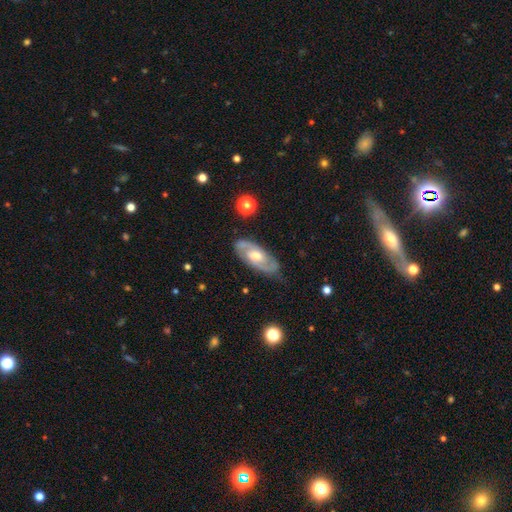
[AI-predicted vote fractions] smooth-or-featured: featured or disk: 81% | smooth: 14% | star or artifact: 5%
  disk-edge-on: no: 91% | yes: 9%
    bar: no: 52% | weak: 38% | strong: 10%
    has-spiral-arms: yes: 91% | no: 9%
      spiral-winding: medium: 46% | tight: 40% | loose: 13%
      spiral-arm-count: 2: 85% | can't tell: 9% | 3: 2% | 1: 2% | 4: 1% | more than 4: 1%
    bulge-size: moderate: 66% | small: 21% | large: 10% | none: 2% | dominant: 1%
  merging: none: 82% | minor disturbance: 13% | major disturbance: 3% | merger: 1%